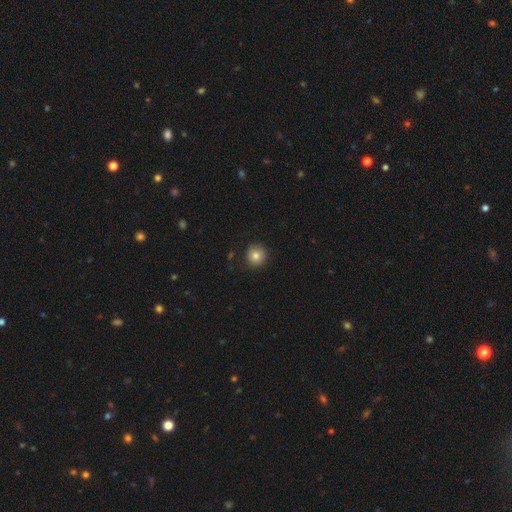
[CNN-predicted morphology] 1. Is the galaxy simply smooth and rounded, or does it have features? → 82% smooth, 10% star or artifact, 8% featured or disk.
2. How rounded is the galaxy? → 92% round, 7% in between, 1% cigar-shaped.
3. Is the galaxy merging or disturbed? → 87% none, 10% minor disturbance, 2% major disturbance, 1% merger.